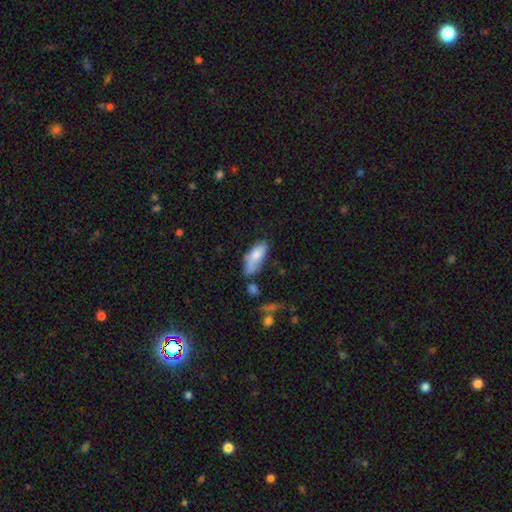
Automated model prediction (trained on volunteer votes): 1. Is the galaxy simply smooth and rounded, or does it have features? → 75% smooth, 17% featured or disk, 7% star or artifact.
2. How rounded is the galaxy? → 80% in between, 18% cigar-shaped, 2% round.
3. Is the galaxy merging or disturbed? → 43% none, 30% minor disturbance, 15% merger, 12% major disturbance.